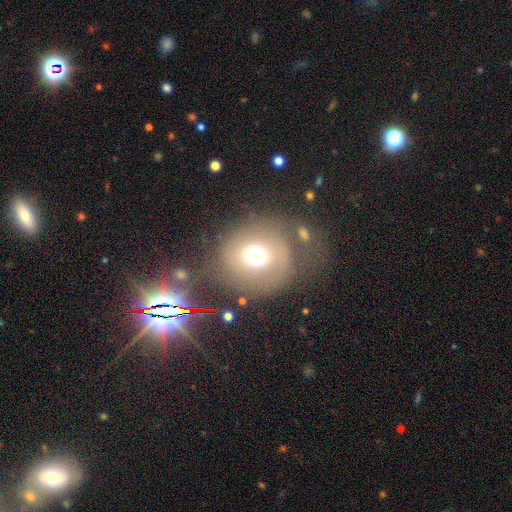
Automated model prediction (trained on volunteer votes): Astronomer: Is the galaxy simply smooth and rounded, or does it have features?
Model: smooth — 61%.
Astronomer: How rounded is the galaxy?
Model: round — 91%.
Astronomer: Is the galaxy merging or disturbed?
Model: none — 59%.